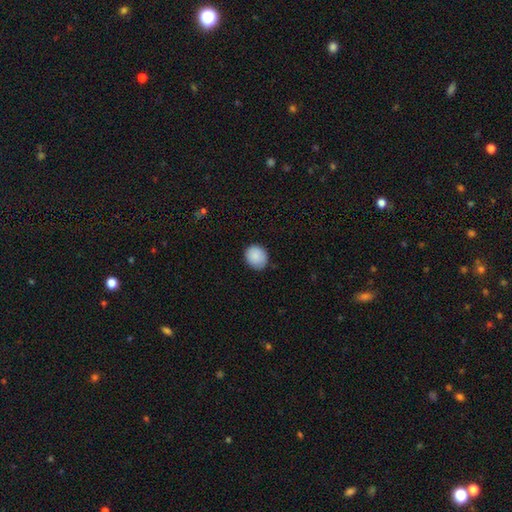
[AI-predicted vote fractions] Smooth or featured? Predicted: smooth (p=0.89). How rounded? Predicted: round (p=0.71). Merging? Predicted: none (p=0.81).